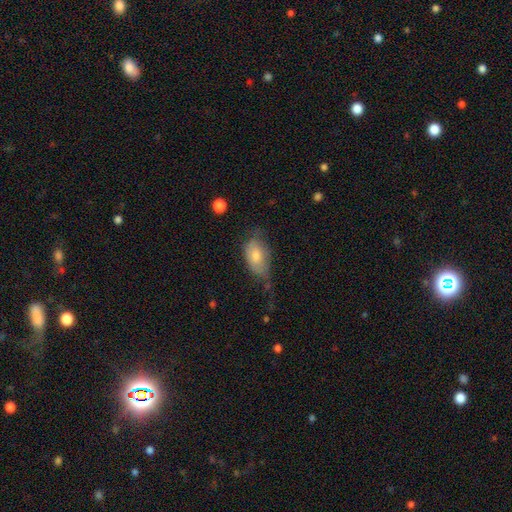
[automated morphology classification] smooth-or-featured: smooth: 73% | featured or disk: 20% | star or artifact: 7%
  how-rounded: in between: 91% | round: 6% | cigar-shaped: 3%
  merging: none: 40% | minor disturbance: 38% | major disturbance: 19% | merger: 3%